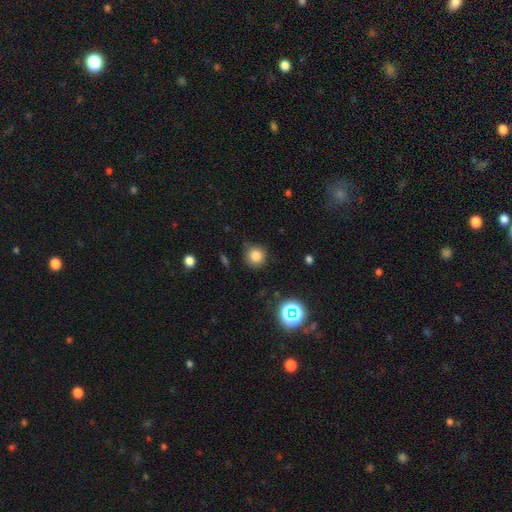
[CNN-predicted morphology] Smooth or featured? smooth (80%)
How rounded? round (93%)
Merging? none (84%)